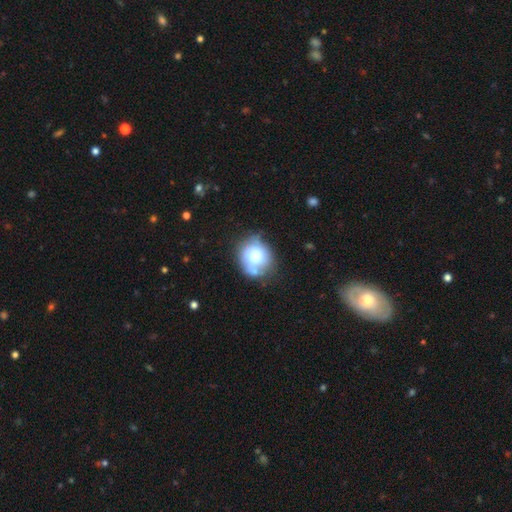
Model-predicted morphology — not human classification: This is likely a smooth galaxy (66%). How rounded: likely round (77%). Merging: possibly none (55%).